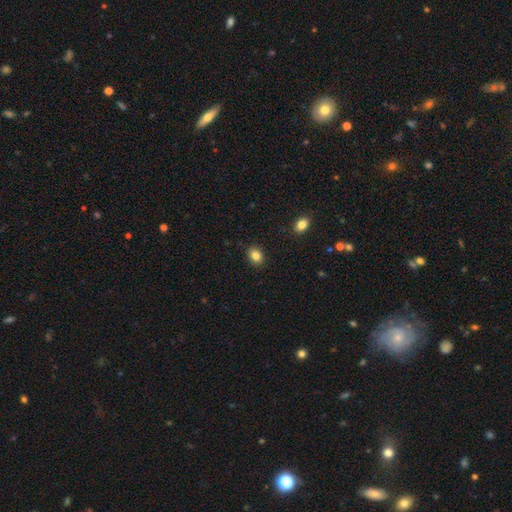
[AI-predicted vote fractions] Q: Smooth or featured?
A: smooth (84%); runner-up: star or artifact (10%)
Q: How rounded?
A: in between (61%); runner-up: round (38%)
Q: Merging?
A: none (89%); runner-up: minor disturbance (8%)